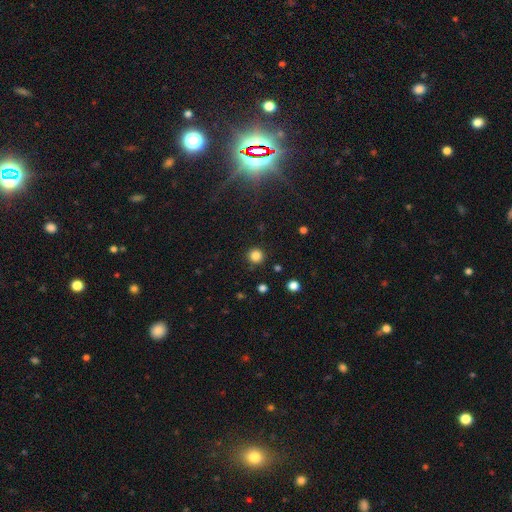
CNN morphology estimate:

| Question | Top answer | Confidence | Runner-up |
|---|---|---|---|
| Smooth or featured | smooth | 84% | star or artifact (13%) |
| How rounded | round | 95% | in between (4%) |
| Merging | none | 91% | minor disturbance (6%) |